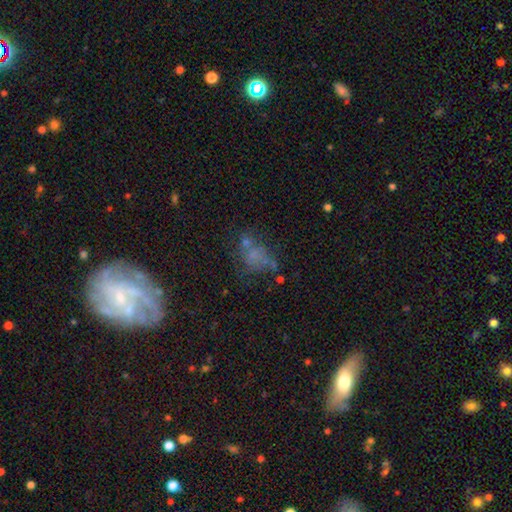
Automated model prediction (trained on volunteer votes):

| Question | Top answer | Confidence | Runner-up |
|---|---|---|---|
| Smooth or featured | smooth | 44% | featured or disk (31%) |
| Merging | none | 40% | major disturbance (23%) |